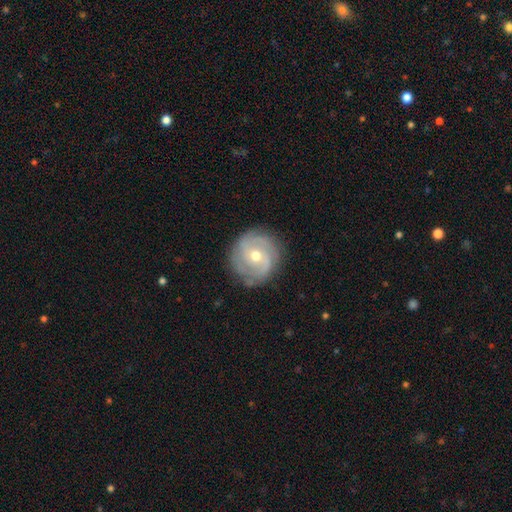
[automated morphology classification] This appears to be a featured or disk galaxy (80%) with no bar (65%), 2 (29%) tight (61%) spiral arms (92%) and a moderate central bulge (68%). Merging: none (82%).